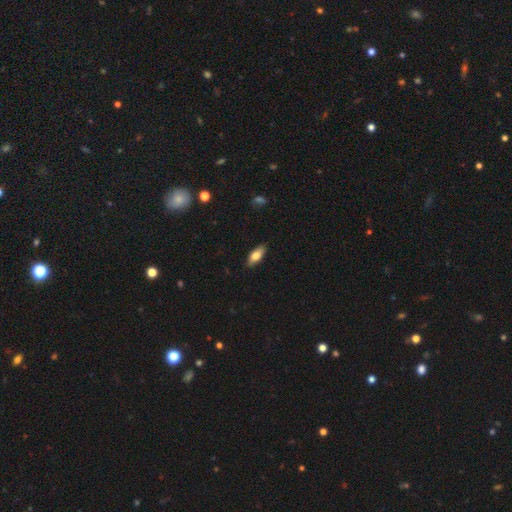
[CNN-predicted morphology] A smooth galaxy with no disk features (73%) that is in between round and cigar-shaped (76%). Merging: none (88%).